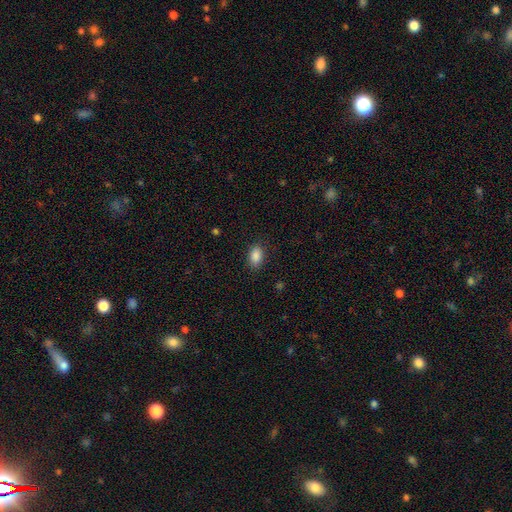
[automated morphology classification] Smooth or featured? smooth (89%)
How rounded? in between (89%)
Merging? none (87%)